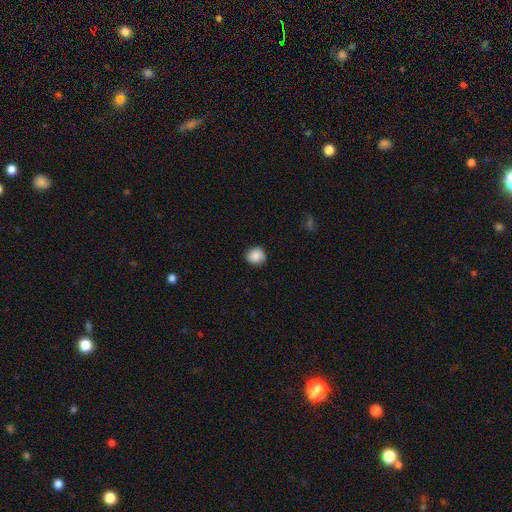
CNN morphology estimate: smooth_or_featured: smooth (p=0.87) [alt: star or artifact p=0.08]
how_rounded: round (p=0.83) [alt: in between p=0.16]
merging: none (p=0.86) [alt: minor disturbance p=0.11]